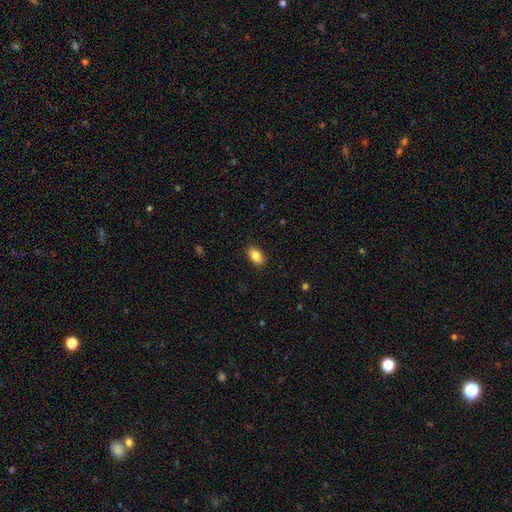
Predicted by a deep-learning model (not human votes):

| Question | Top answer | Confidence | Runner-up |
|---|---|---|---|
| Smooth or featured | smooth | 86% | star or artifact (8%) |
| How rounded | in between | 88% | round (10%) |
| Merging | none | 89% | minor disturbance (8%) |